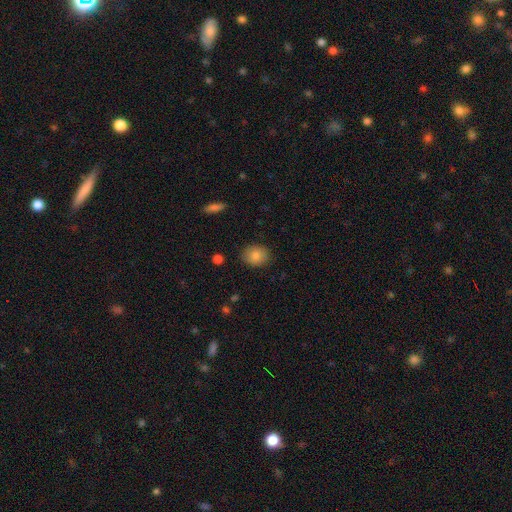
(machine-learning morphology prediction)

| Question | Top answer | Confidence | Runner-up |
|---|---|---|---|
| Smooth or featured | smooth | 84% | star or artifact (8%) |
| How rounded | round | 62% | in between (37%) |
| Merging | none | 88% | minor disturbance (9%) |